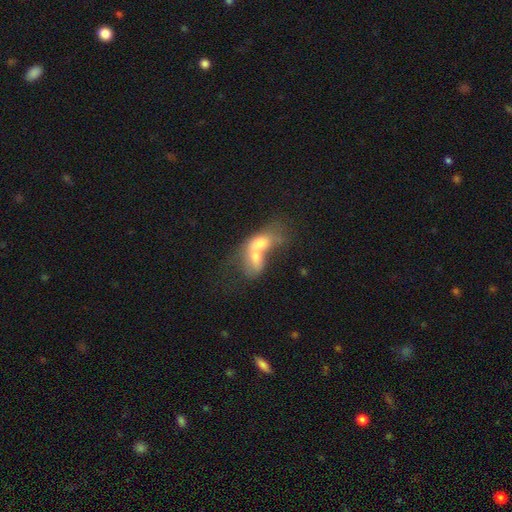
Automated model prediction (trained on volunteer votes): This appears to be a smooth galaxy with no disk features (55%) that is in between round and cigar-shaped (74%). Merging: merger (81%).